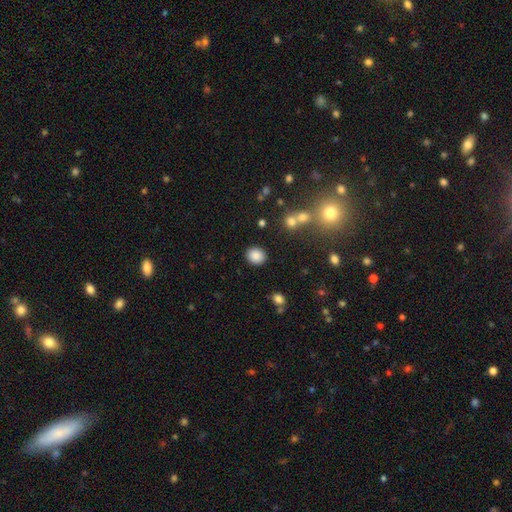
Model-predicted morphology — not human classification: The model was most divided on "how rounded": round: 72%, in between: 27%, cigar-shaped: 1%. More confident: merging — none (88%); smooth or featured — smooth (86%).